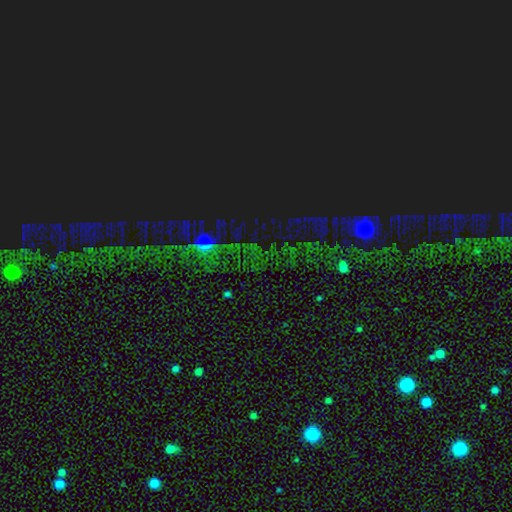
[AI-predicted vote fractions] A star or artifact, not a galaxy (77%).